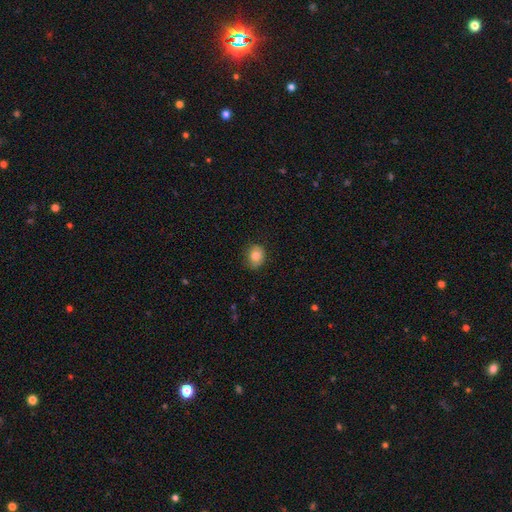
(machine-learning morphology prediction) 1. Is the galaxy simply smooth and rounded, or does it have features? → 81% smooth, 10% featured or disk, 9% star or artifact.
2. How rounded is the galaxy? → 54% round, 45% in between, 1% cigar-shaped.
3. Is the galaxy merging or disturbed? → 78% none, 18% minor disturbance, 3% major disturbance, 1% merger.